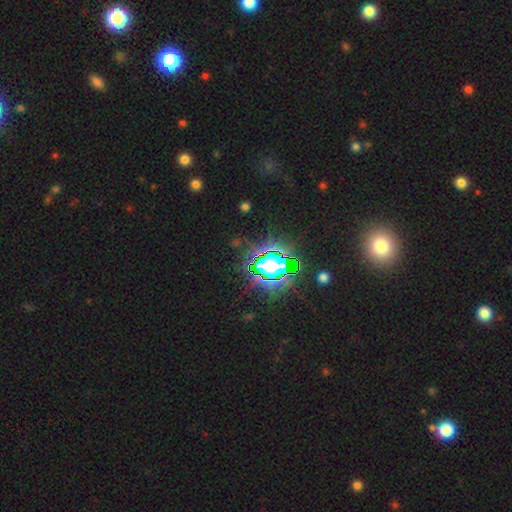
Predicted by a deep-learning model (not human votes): smooth_or_featured: star or artifact (p=0.76) [alt: smooth p=0.15]